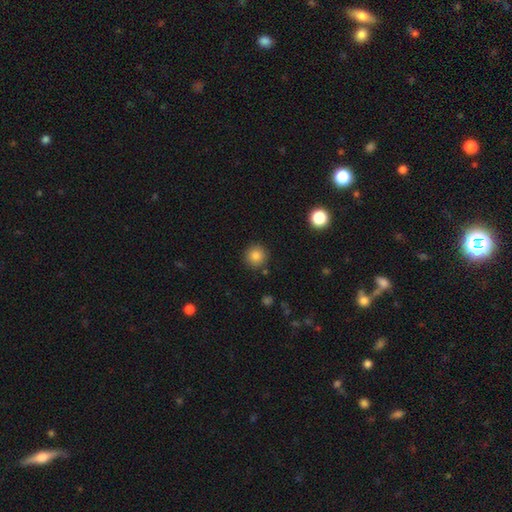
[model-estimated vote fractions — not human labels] Smooth or featured: smooth — 83% (star or artifact — 11%)
How rounded: round — 94% (in between — 5%)
Merging: none — 89% (minor disturbance — 7%)